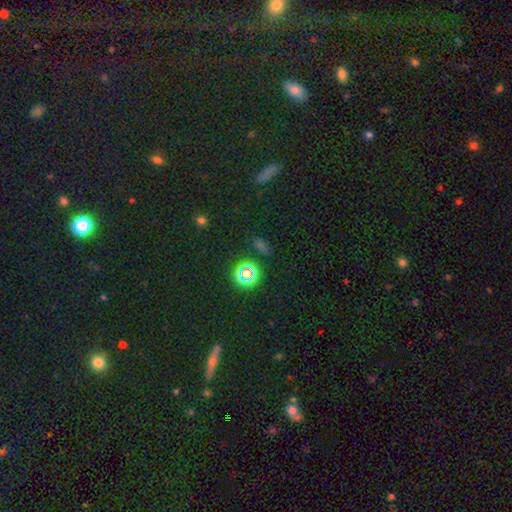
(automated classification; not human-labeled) Overall: star or artifact (63%; smooth 28%).